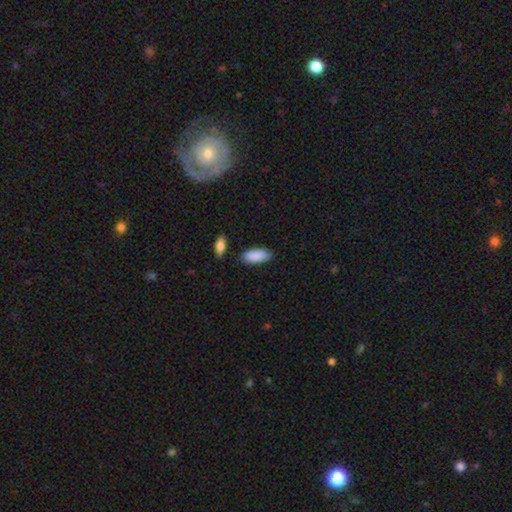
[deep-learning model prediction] Q: Smooth or featured?
A: smooth (90%); runner-up: star or artifact (6%)
Q: How rounded?
A: in between (85%); runner-up: cigar-shaped (13%)
Q: Merging?
A: none (82%); runner-up: minor disturbance (12%)